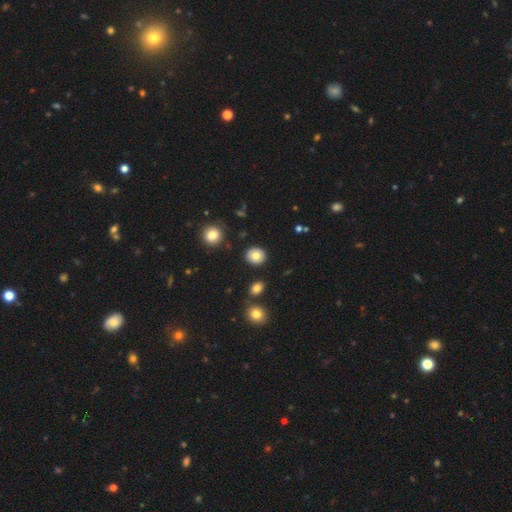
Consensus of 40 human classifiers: smooth_or_featured: smooth (p=0.80) [alt: featured or disk p=0.17]
how_rounded: round (p=0.91) [alt: in between p=0.09]
merging: none (p=0.87) [alt: minor disturbance p=0.08]